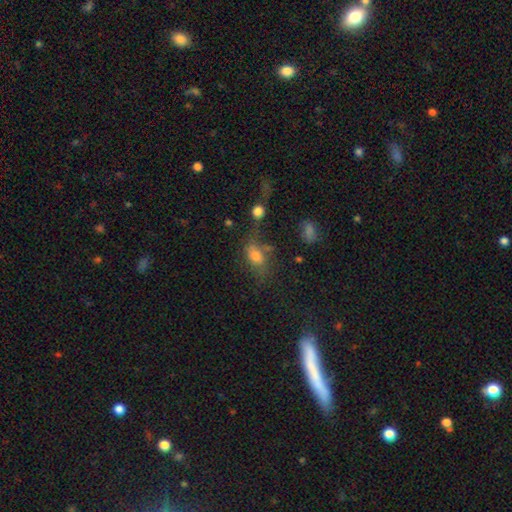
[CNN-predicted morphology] Overall: smooth (63%). How rounded: in between (79%). Merging: none (38%; major disturbance 24%).